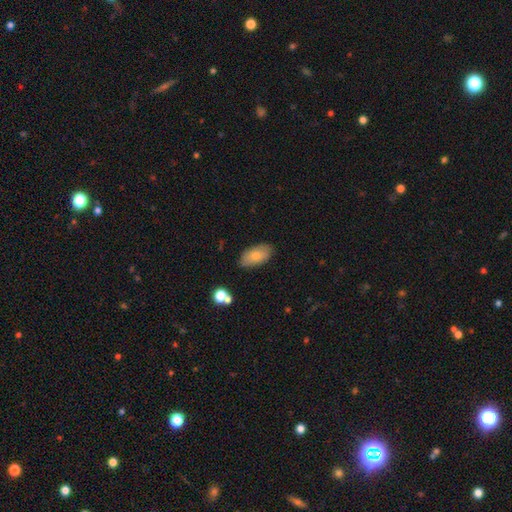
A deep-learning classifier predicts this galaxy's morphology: smooth 76%, featured or disk 17%, star or artifact 7%. Down the decision tree: how rounded — in between (93%); merging — none (82%).